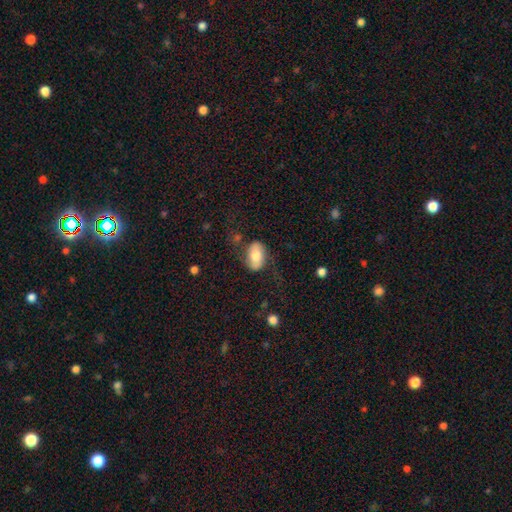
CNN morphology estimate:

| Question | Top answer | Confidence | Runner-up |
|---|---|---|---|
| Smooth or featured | smooth | 60% | featured or disk (34%) |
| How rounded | in between | 87% | round (11%) |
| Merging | none | 65% | minor disturbance (20%) |